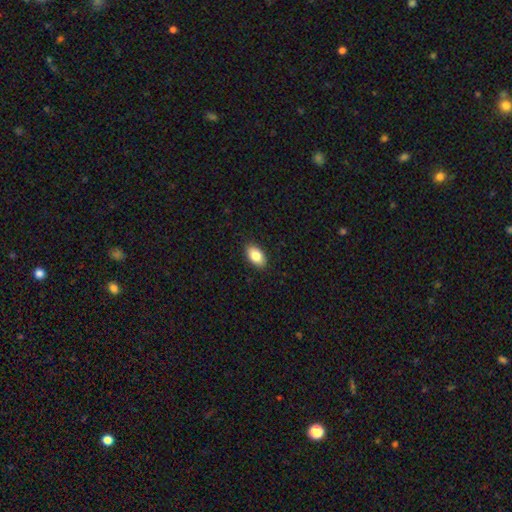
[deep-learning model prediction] smooth_or_featured: smooth (p=0.84) [alt: featured or disk p=0.09]
how_rounded: in between (p=0.92) [alt: round p=0.06]
merging: none (p=0.89) [alt: minor disturbance p=0.08]